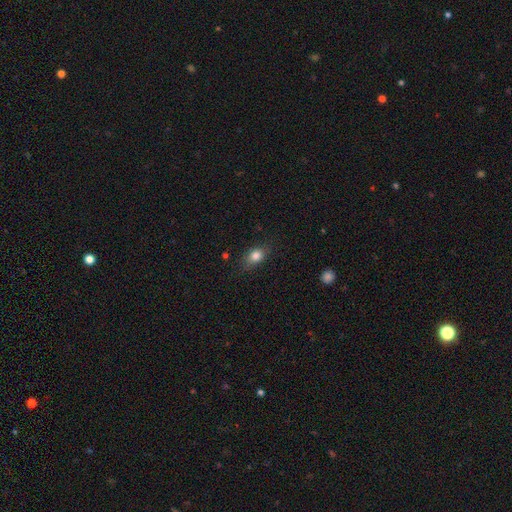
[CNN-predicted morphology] Smooth or featured?
  - smooth: 82% *
  - star or artifact: 9%
  - featured or disk: 9%
How rounded?
  - in between: 67% *
  - round: 29%
  - cigar-shaped: 4%
Merging?
  - none: 76% *
  - minor disturbance: 18%
  - major disturbance: 4%
  - merger: 1%